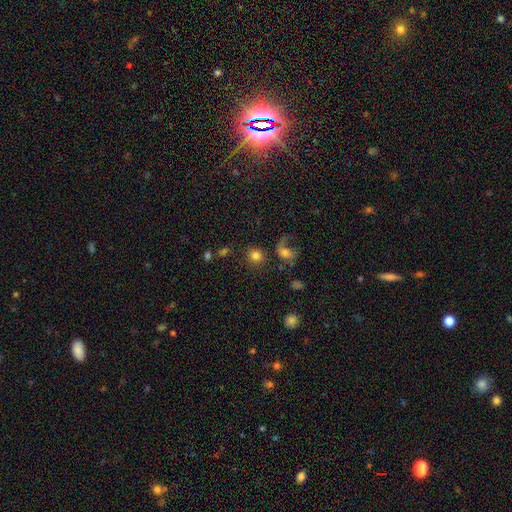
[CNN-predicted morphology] Smooth or featured?
  - smooth: 77% *
  - featured or disk: 12%
  - star or artifact: 11%
How rounded?
  - round: 85% *
  - in between: 14%
  - cigar-shaped: 1%
Merging?
  - none: 67% *
  - major disturbance: 11%
  - merger: 11%
  - minor disturbance: 10%